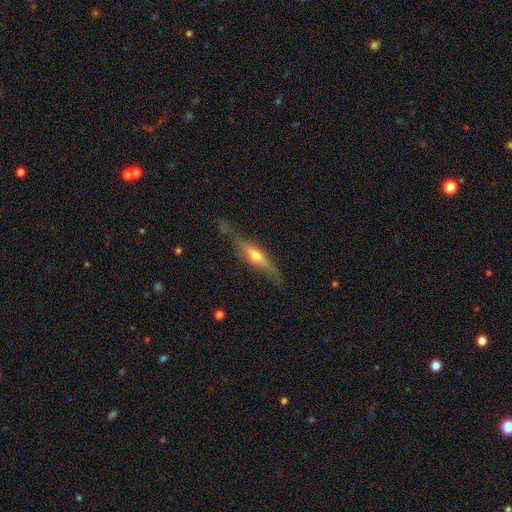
Smooth or featured? 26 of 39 (67%) said featured or disk. Edge-on disk? 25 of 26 (96%) said yes. Edge-on bulge? 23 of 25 (92%) said rounded. Merging? 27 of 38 (71%) said none.